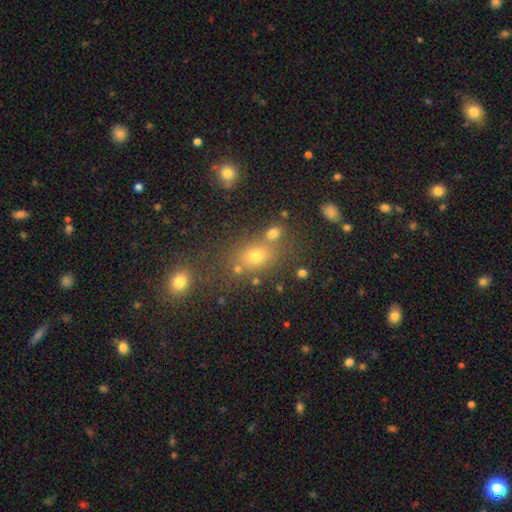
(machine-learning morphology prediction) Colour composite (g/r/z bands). It shows a smooth galaxy with no disk features (67%) that is in between round and cigar-shaped (57%). Merging: none (63%).